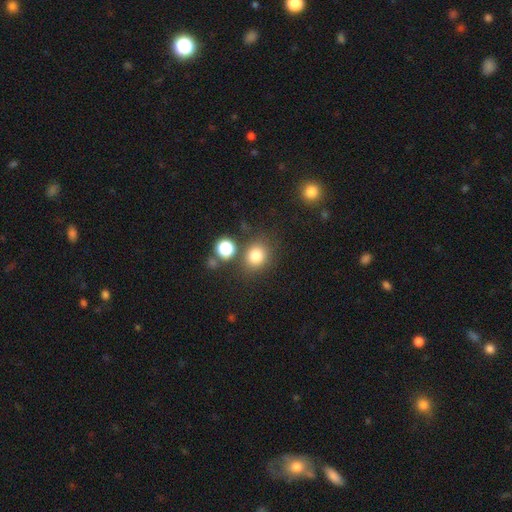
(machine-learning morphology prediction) The model was most divided on "how rounded": round: 75%, in between: 24%, cigar-shaped: 1%. More confident: smooth or featured — smooth (79%); merging — none (76%).